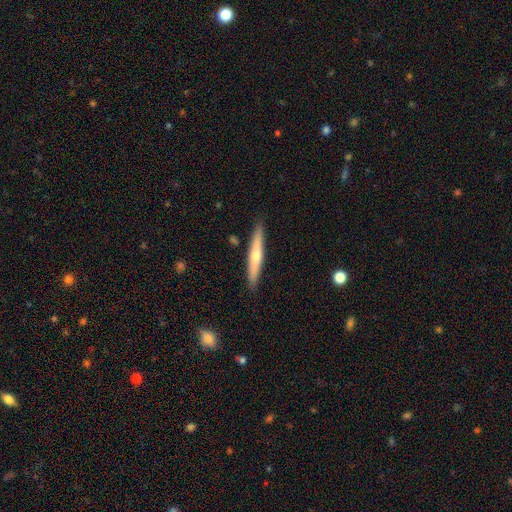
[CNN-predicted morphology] Smooth or featured? featured or disk (48%)
Merging? none (90%)